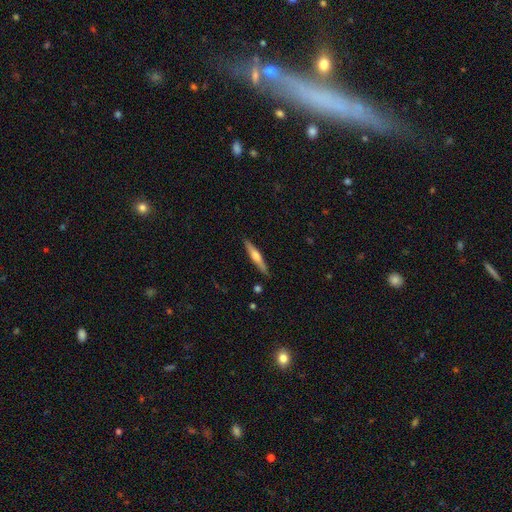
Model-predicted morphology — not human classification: Smooth or featured: featured or disk — 56% (smooth — 38%)
Edge-on disk: yes — 96% (no — 4%)
Edge-on bulge: rounded — 82% (boxy — 9%)
Merging: none — 88% (minor disturbance — 9%)